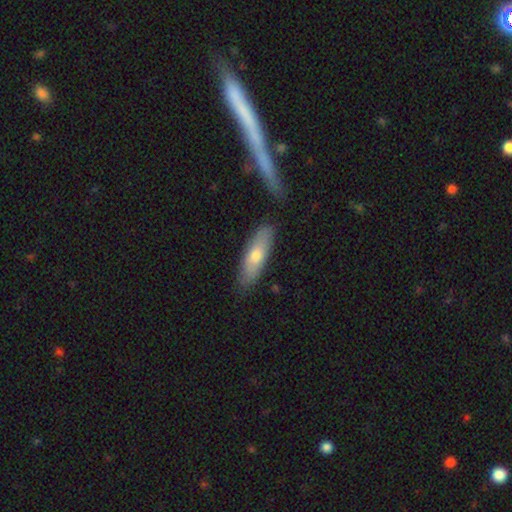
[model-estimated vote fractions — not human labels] A smooth galaxy with no disk features (67%) that is in between round and cigar-shaped (52%). Merging: none (81%).